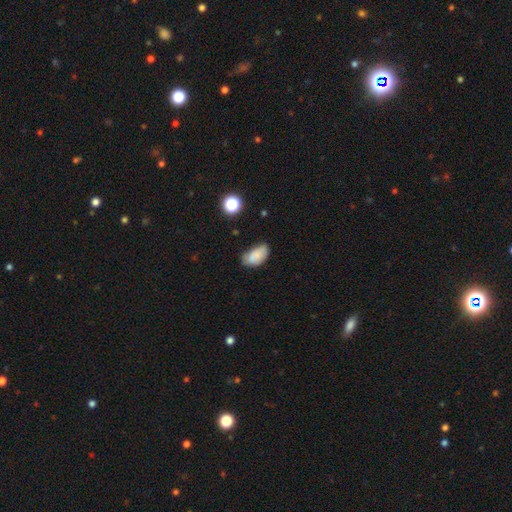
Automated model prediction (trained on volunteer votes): Smooth or featured: smooth — 83% (star or artifact — 9%)
How rounded: in between — 92% (round — 6%)
Merging: none — 53% (minor disturbance — 36%)